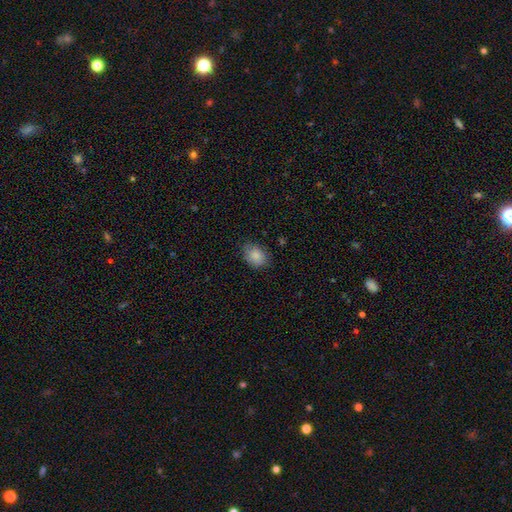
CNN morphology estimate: The model was most divided on "how rounded": in between: 62%, round: 37%, cigar-shaped: 1%. More confident: smooth or featured — smooth (87%); merging — none (75%).